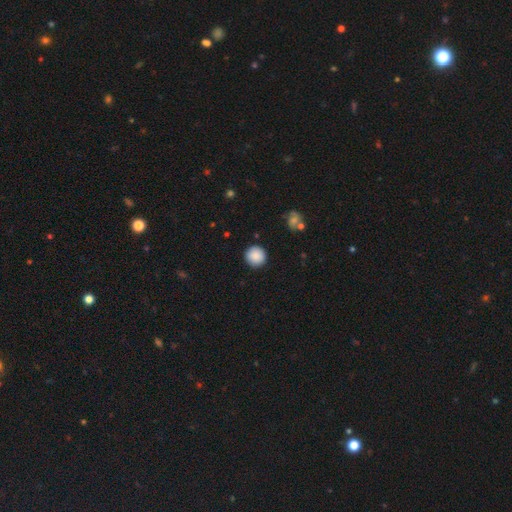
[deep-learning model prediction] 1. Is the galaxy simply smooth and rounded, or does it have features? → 88% smooth, 8% star or artifact, 4% featured or disk.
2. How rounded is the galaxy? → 95% round, 4% in between, 1% cigar-shaped.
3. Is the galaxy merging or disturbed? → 91% none, 6% minor disturbance, 2% major disturbance, 1% merger.